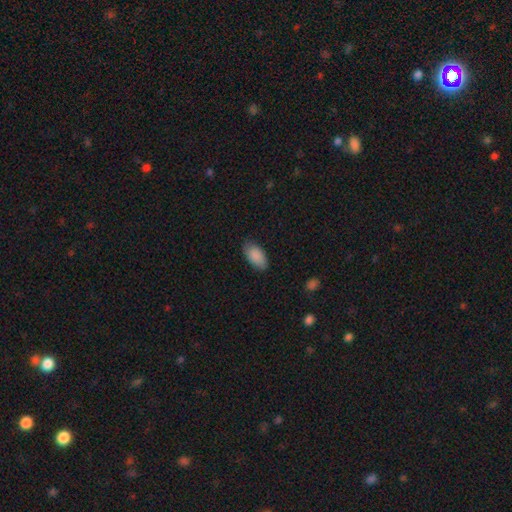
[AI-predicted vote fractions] Overall: smooth (89%). How rounded: in between (94%). Merging: none (82%).